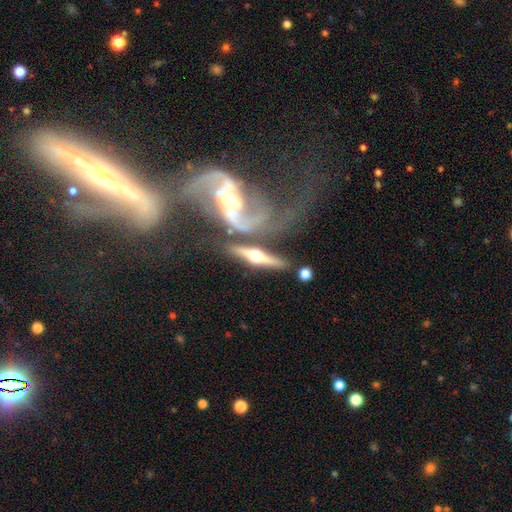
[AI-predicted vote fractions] This is likely a featured or disk galaxy (78%). It is clearly viewed edge-on (90%). Edge-on bulge: clearly rounded (96%). Merging: possibly none (52%).